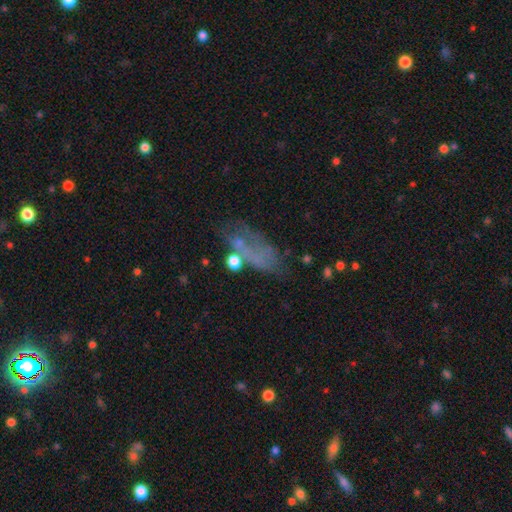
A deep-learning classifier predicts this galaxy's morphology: featured or disk 37%, smooth 33%, star or artifact 30%. Down the decision tree: merging — none (53%).